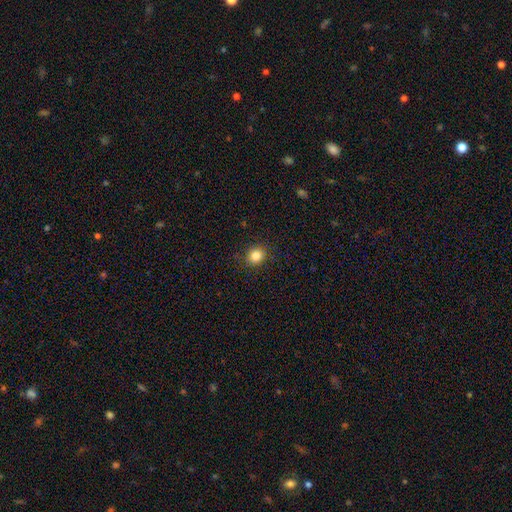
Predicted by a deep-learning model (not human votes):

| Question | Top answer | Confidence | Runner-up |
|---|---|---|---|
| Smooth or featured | smooth | 83% | star or artifact (11%) |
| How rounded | round | 76% | in between (23%) |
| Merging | none | 90% | minor disturbance (7%) |